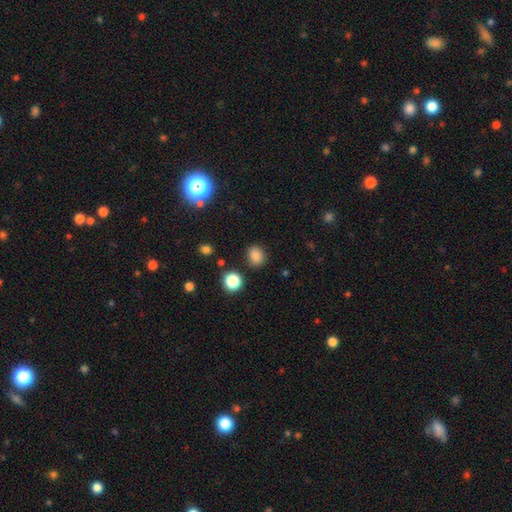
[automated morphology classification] type=smooth (82%); roundness=round (64%); merging=none (85%).